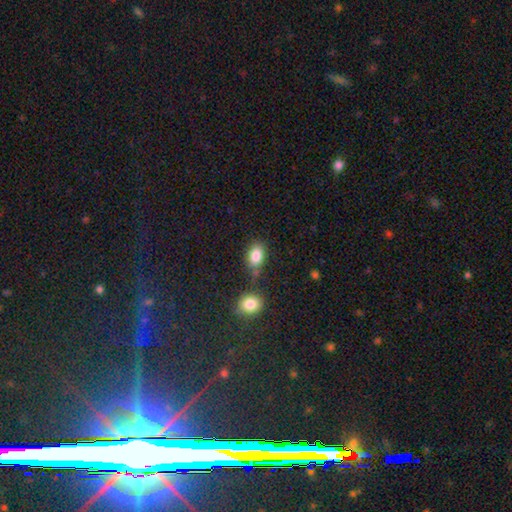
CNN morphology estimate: This appears to be a smooth galaxy with no disk features (84%) that is in between round and cigar-shaped (83%). Merging: none (68%).